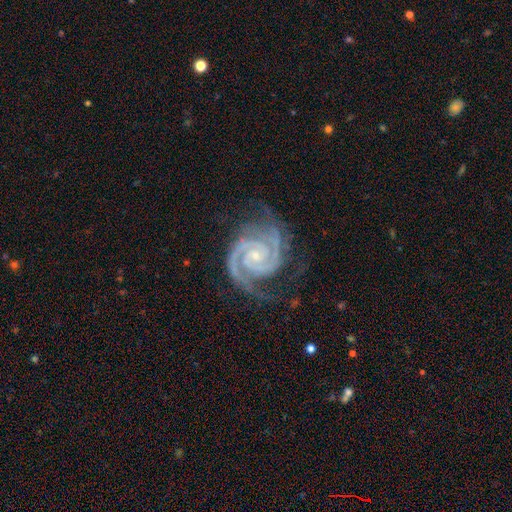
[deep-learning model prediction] A featured or disk galaxy (94%) with no bar (65%), 2 (71%) tight (72%) spiral arms (99%) and a small central bulge (74%).

Vote fractions:
- Smooth or featured? featured or disk: 94% / star or artifact: 4% / smooth: 2%
- Edge-on disk? no: 98% / yes: 2%
- Bar? no: 65% / weak: 25% / strong: 10%
- Spiral arms? yes: 99% / no: 1%
- Spiral winding? tight: 72% / medium: 26% / loose: 2%
- Spiral arm count? 2: 71% / 3: 17% / can't tell: 3% / 4: 3% / more than 4: 3% / 1: 3%
- Bulge size? small: 74% / moderate: 22% / none: 3% / large: 1% / dominant: 1%
- Merging? none: 70% / minor disturbance: 20% / major disturbance: 8% / merger: 1%